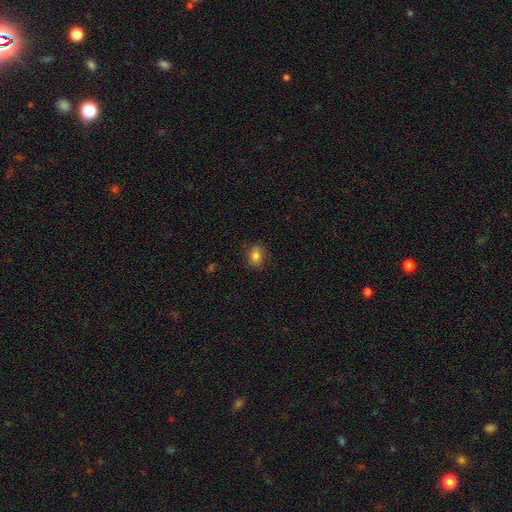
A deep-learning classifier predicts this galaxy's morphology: type=smooth (82%); roundness=in between (58%); merging=none (85%).